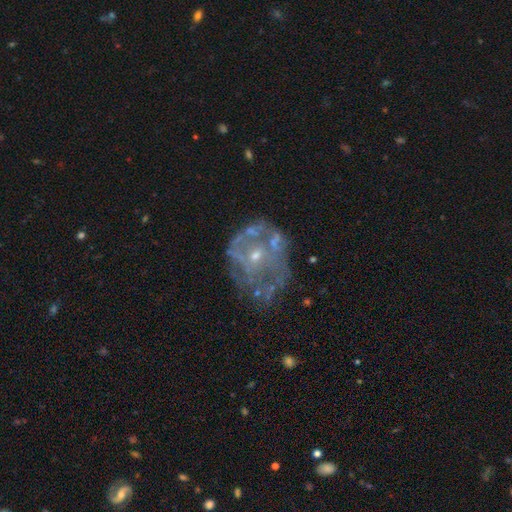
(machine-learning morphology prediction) A featured or disk galaxy (73%) with no bar (79%), no spiral arms (62%) and a small central bulge (65%). Merging: none (45%).